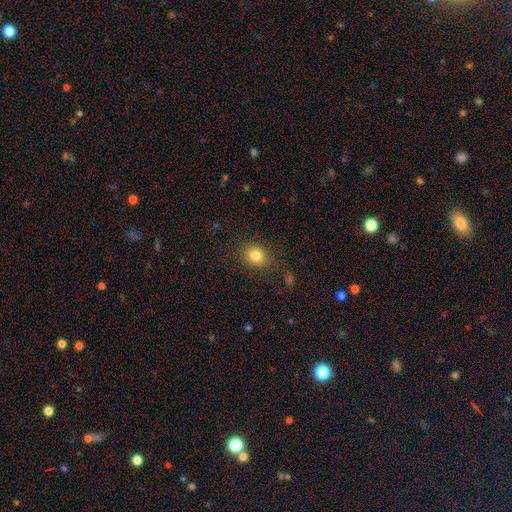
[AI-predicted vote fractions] Smooth or featured? smooth (81%)
How rounded? round (66%)
Merging? none (83%)